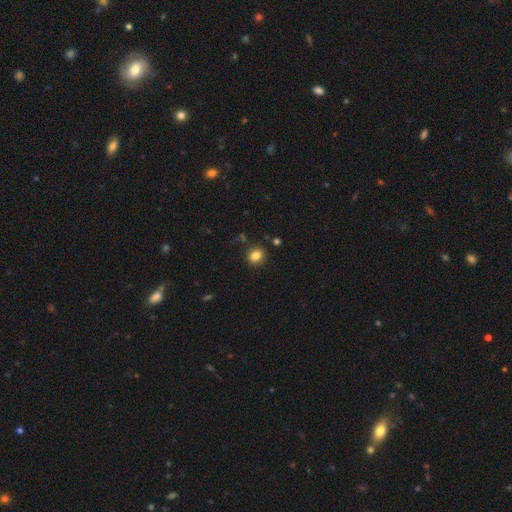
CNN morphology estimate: Smooth or featured? smooth (83%)
How rounded? round (52%)
Merging? none (84%)